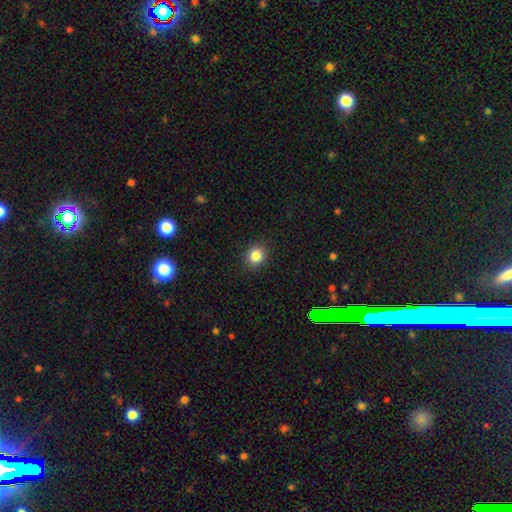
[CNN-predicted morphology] smooth-or-featured: smooth: 84% | star or artifact: 11% | featured or disk: 5%
  how-rounded: round: 72% | in between: 27% | cigar-shaped: 1%
  merging: none: 90% | minor disturbance: 7% | major disturbance: 2% | merger: 1%